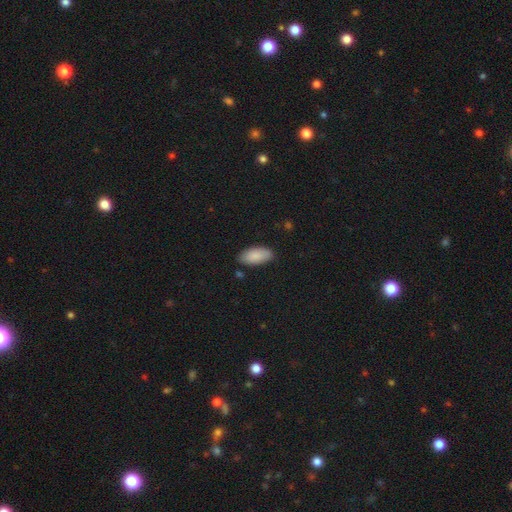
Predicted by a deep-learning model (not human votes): Smooth or featured? Predicted: smooth (p=0.89). How rounded? Predicted: in between (p=0.91). Merging? Predicted: none (p=0.82).